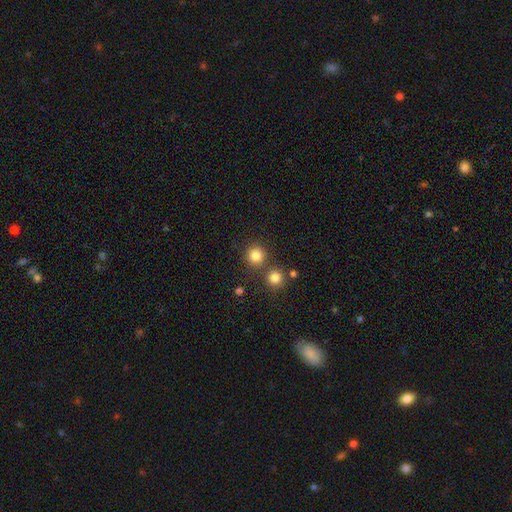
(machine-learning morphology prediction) smooth 82%, star or artifact 13%, featured or disk 5%. Down the decision tree: how rounded — round (93%); merging — none (78%).